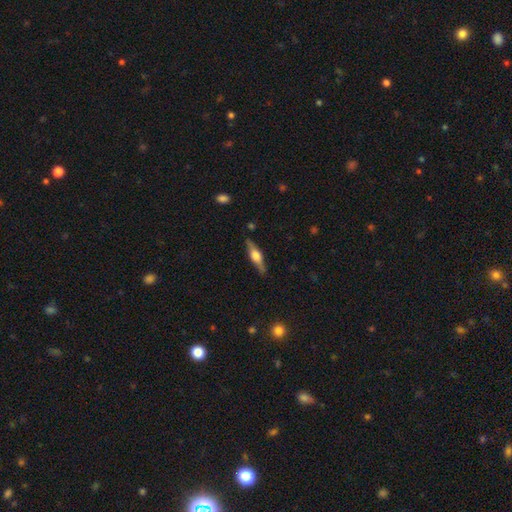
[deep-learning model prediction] A featured or disk galaxy (64%) viewed edge-on (95%) with a rounded central bulge (88%).

Vote fractions:
- Smooth or featured? featured or disk: 64% / smooth: 31% / star or artifact: 6%
- Edge-on disk? yes: 95% / no: 5%
- Edge-on bulge? rounded: 88% / boxy: 10% / none: 2%
- Merging? none: 85% / minor disturbance: 11% / major disturbance: 2% / merger: 1%